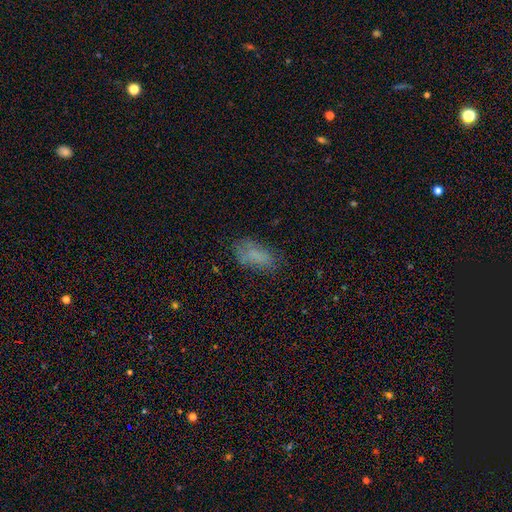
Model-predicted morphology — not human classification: Smooth or featured: smooth — 70% (featured or disk — 18%)
How rounded: in between — 89% (cigar-shaped — 6%)
Merging: none — 62% (minor disturbance — 23%)